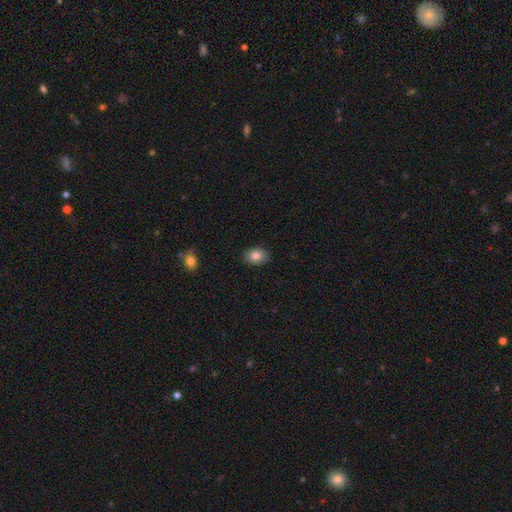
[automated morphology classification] A smooth galaxy with no disk features (85%) that is in between round and cigar-shaped (73%). Merging: none (88%).